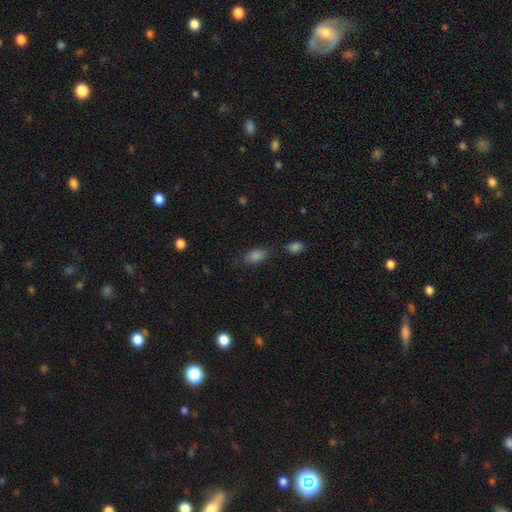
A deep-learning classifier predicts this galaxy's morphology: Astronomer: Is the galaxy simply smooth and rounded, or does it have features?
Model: smooth — 80%.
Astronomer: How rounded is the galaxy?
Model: in between — 87%.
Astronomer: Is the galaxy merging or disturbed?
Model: none — 72%.